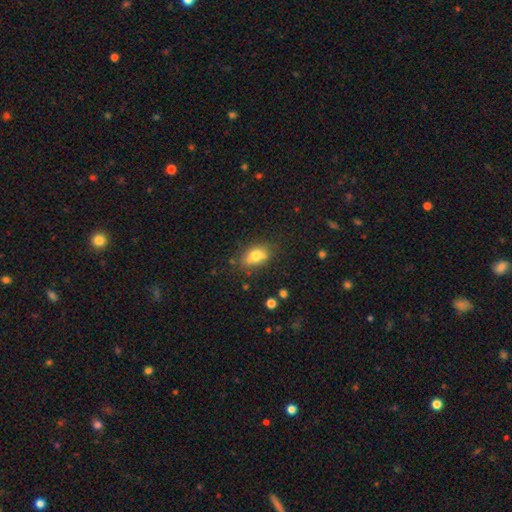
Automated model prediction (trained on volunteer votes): Smooth or featured?
  - smooth: 71% *
  - featured or disk: 18%
  - star or artifact: 10%
How rounded?
  - in between: 76% *
  - round: 21%
  - cigar-shaped: 3%
Merging?
  - none: 64% *
  - minor disturbance: 20%
  - merger: 9%
  - major disturbance: 6%